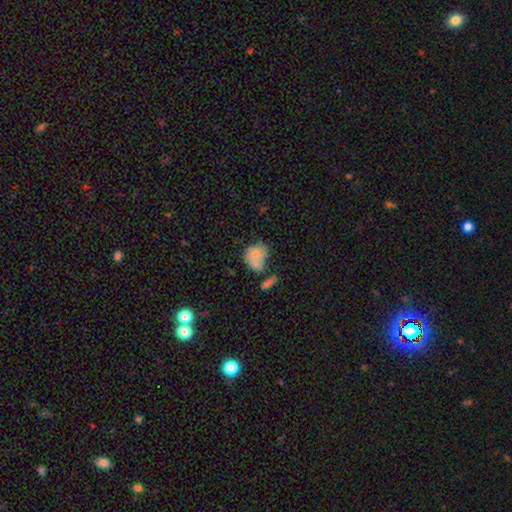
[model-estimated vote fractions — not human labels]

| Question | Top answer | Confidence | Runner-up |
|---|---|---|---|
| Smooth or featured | smooth | 73% | featured or disk (19%) |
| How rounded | round | 54% | in between (45%) |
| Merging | none | 33% | merger (30%) |